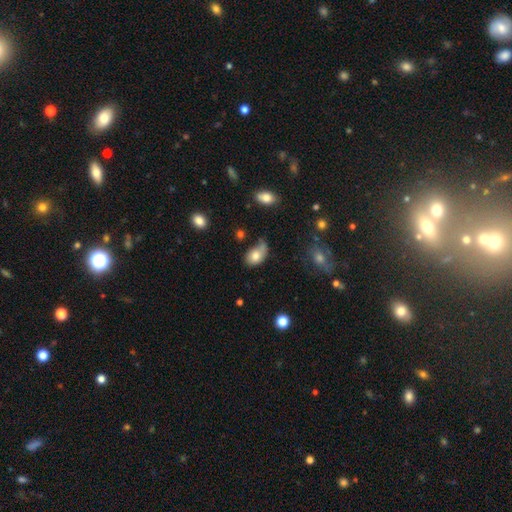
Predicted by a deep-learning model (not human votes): Morphology: type=smooth (76%); roundness=in between (83%); merging=none (35%, tied with minor disturbance).